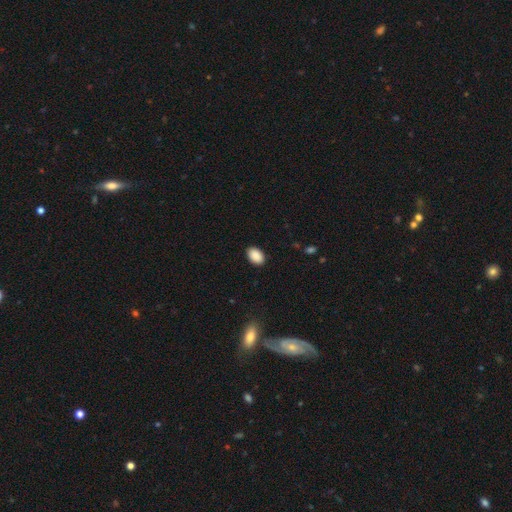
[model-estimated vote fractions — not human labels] Smooth or featured? Predicted: smooth (p=0.90). How rounded? Predicted: in between (p=0.89). Merging? Predicted: none (p=0.89).